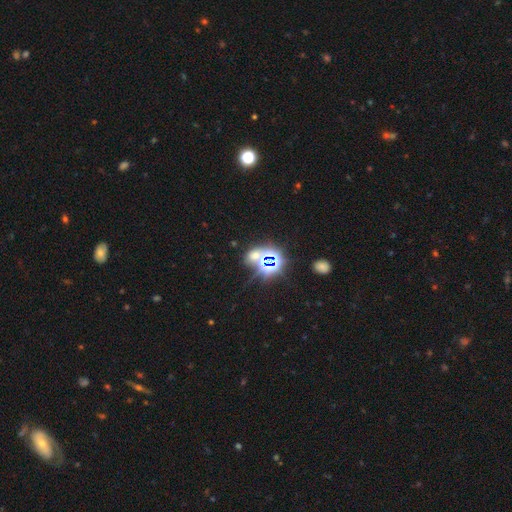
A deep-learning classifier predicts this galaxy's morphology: This appears to be a star or artifact, not a galaxy (67%).